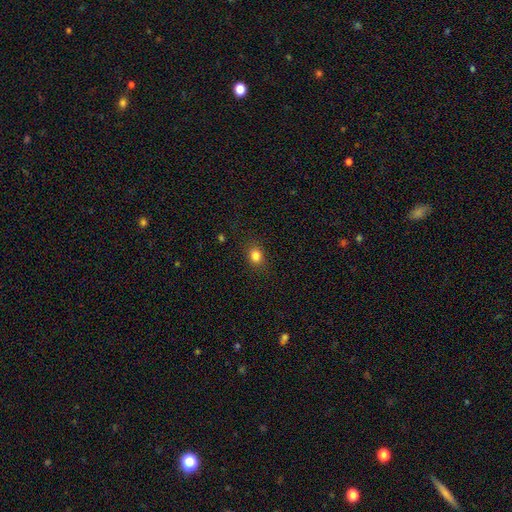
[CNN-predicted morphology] Smooth or featured? Predicted: smooth (p=0.83). How rounded? Predicted: round (p=0.56). Merging? Predicted: none (p=0.86).